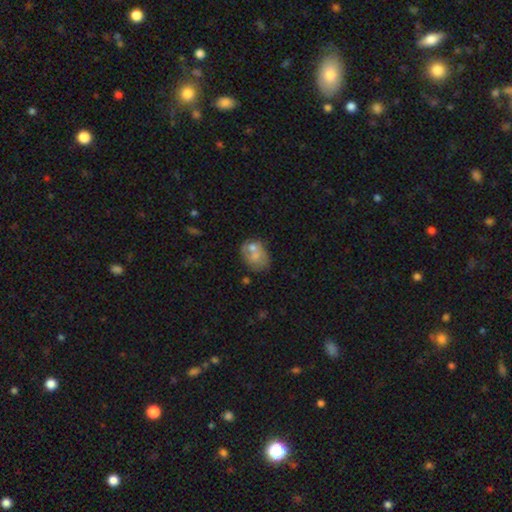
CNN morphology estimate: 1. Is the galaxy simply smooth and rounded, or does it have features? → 50% smooth, 39% featured or disk, 11% star or artifact.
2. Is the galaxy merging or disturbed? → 44% none, 29% merger, 19% minor disturbance, 9% major disturbance.